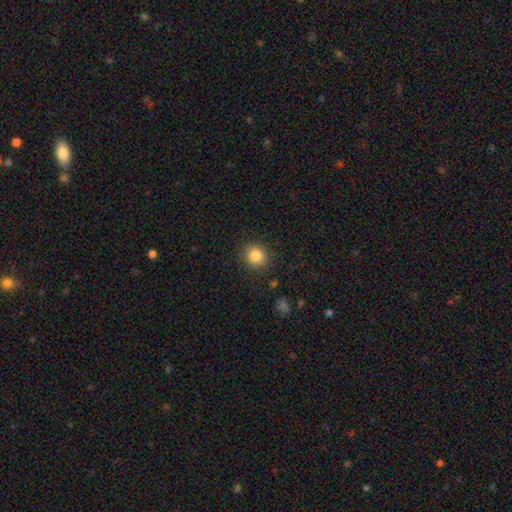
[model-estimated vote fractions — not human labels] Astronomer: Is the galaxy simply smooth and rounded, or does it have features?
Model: smooth — 84%.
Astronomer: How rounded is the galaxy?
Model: round — 86%.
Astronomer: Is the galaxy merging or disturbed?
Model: none — 90%.